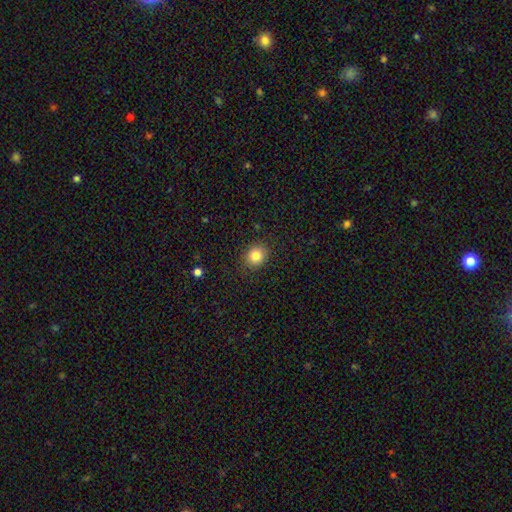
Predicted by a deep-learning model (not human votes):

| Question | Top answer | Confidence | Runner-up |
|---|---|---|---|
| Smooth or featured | smooth | 84% | star or artifact (10%) |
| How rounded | round | 71% | in between (28%) |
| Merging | none | 88% | minor disturbance (9%) |